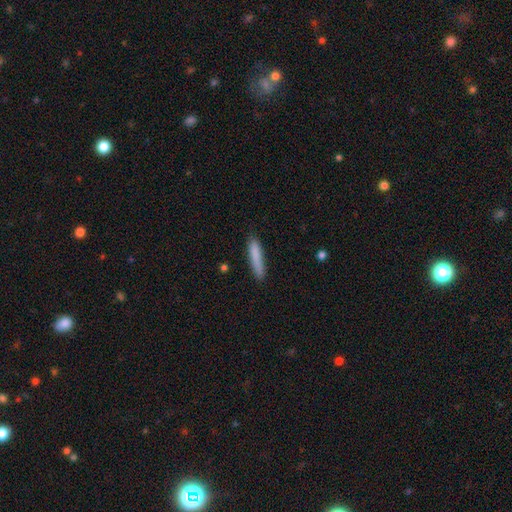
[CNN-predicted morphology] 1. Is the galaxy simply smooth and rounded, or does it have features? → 83% smooth, 11% featured or disk, 6% star or artifact.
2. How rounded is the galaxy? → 89% cigar-shaped, 9% in between, 1% round.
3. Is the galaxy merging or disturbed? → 80% none, 15% minor disturbance, 3% major disturbance, 2% merger.